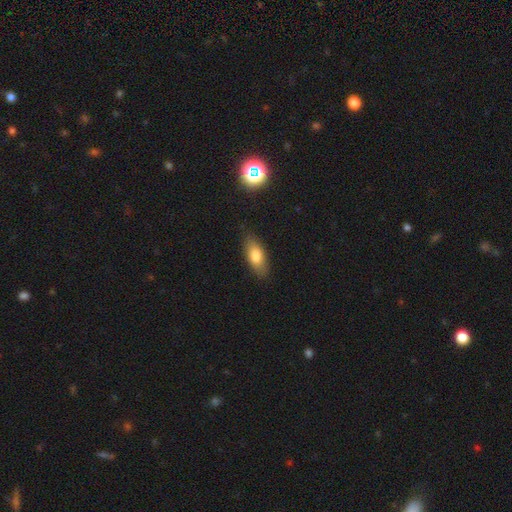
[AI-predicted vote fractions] smooth_or_featured: smooth (p=0.78) [alt: featured or disk p=0.15]
how_rounded: in between (p=0.80) [alt: cigar-shaped p=0.17]
merging: none (p=0.81) [alt: minor disturbance p=0.14]